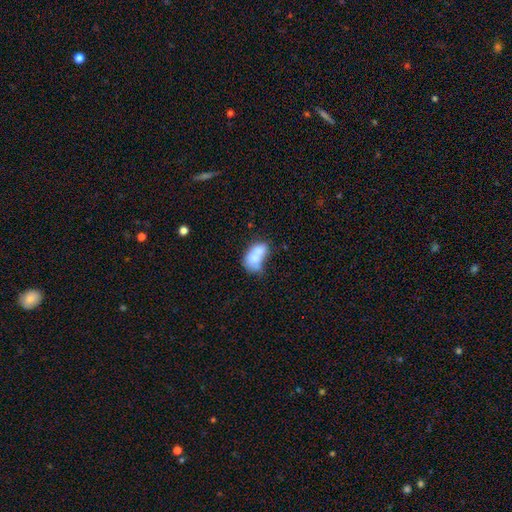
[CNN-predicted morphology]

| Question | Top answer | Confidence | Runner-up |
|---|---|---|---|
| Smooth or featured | smooth | 66% | featured or disk (25%) |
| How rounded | in between | 81% | round (17%) |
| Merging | merger | 58% | none (19%) |